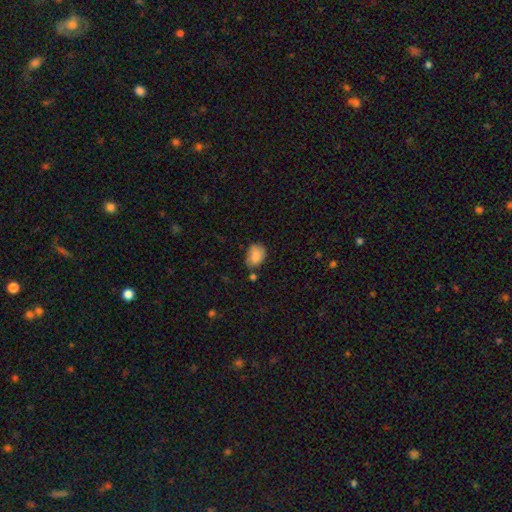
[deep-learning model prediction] A smooth galaxy with no disk features (83%) that is in between round and cigar-shaped (71%).

Vote fractions:
- Smooth or featured? smooth: 83% / featured or disk: 9% / star or artifact: 8%
- How rounded? in between: 71% / round: 28% / cigar-shaped: 1%
- Merging? none: 63% / minor disturbance: 25% / merger: 7% / major disturbance: 5%